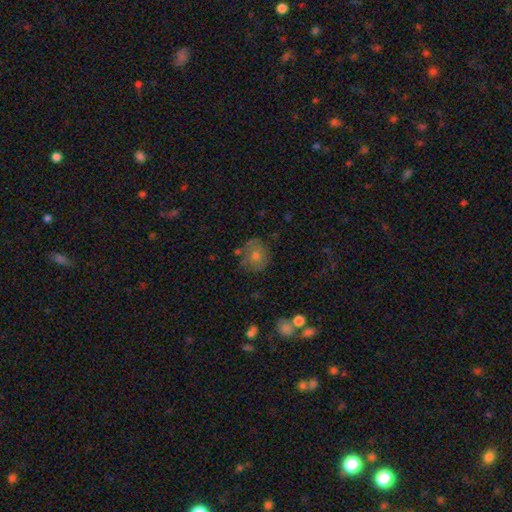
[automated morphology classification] Q: Smooth or featured?
A: smooth (62%); runner-up: featured or disk (24%)
Q: How rounded?
A: round (80%); runner-up: in between (19%)
Q: Merging?
A: none (71%); runner-up: minor disturbance (18%)